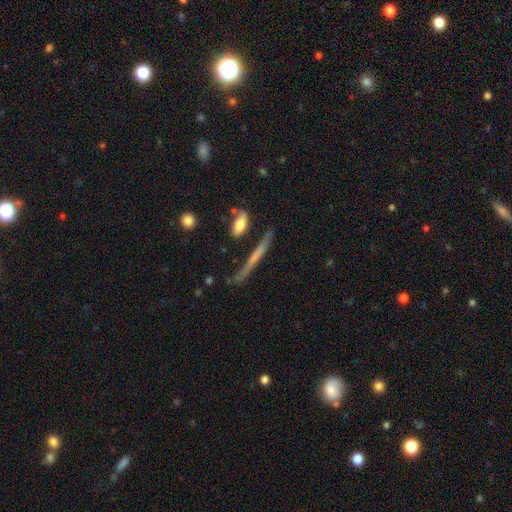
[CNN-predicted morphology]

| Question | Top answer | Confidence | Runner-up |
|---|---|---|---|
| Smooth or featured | featured or disk | 50% | smooth (42%) |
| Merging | none | 69% | minor disturbance (18%) |